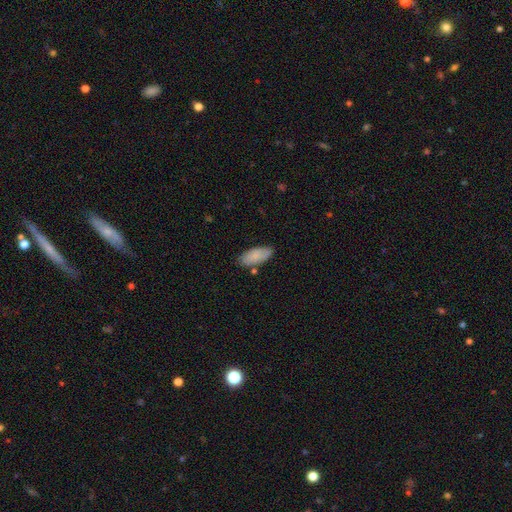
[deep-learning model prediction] Smooth or featured? Predicted: smooth (p=0.83). How rounded? Predicted: in between (p=0.86). Merging? Predicted: none (p=0.76).